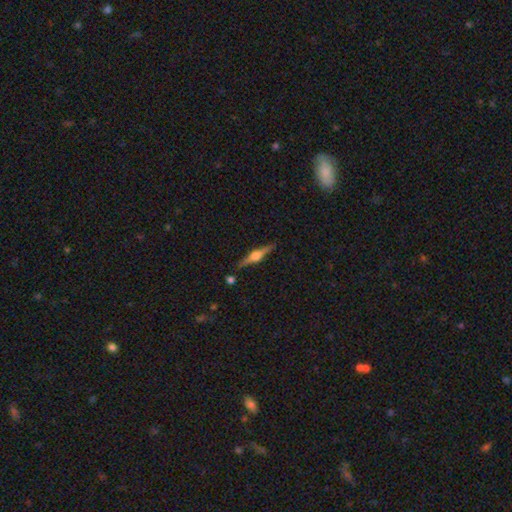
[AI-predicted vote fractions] Morphology: type=featured or disk (80%); edge-on=yes (98%); edge-on bulge=rounded (91%); merging=none (88%).